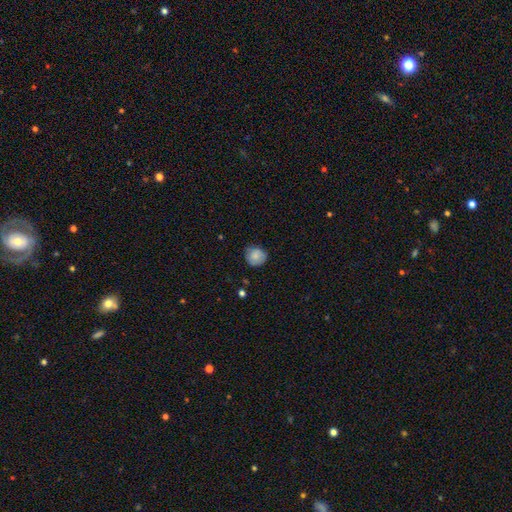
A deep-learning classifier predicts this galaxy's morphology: type=smooth (83%); roundness=round (85%); merging=none (72%).